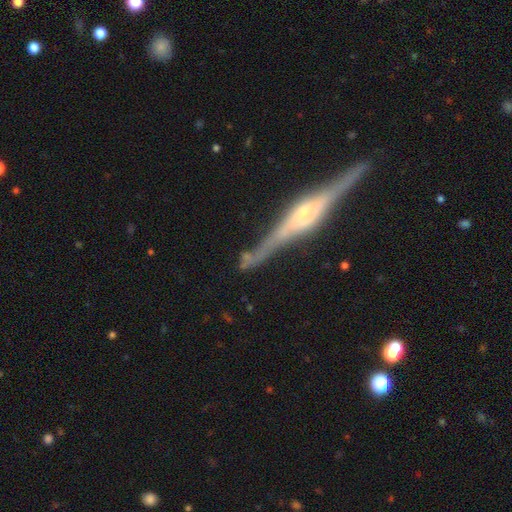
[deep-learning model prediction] This is clearly a featured or disk galaxy (82%). It is clearly viewed edge-on (95%). Edge-on bulge: likely rounded (62%). Merging: likely none (76%).